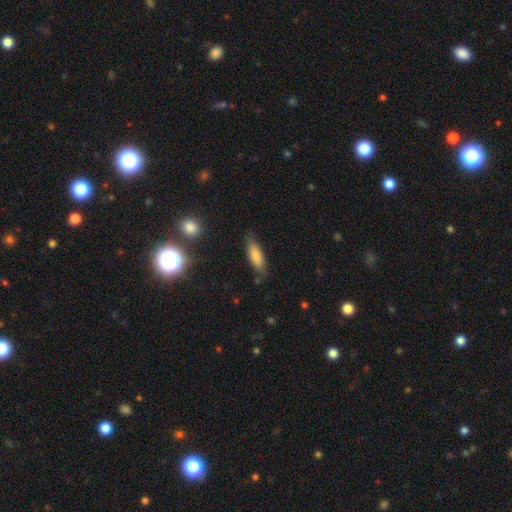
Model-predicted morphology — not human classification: Smooth or featured? smooth (80%)
How rounded? in between (58%)
Merging? none (75%)